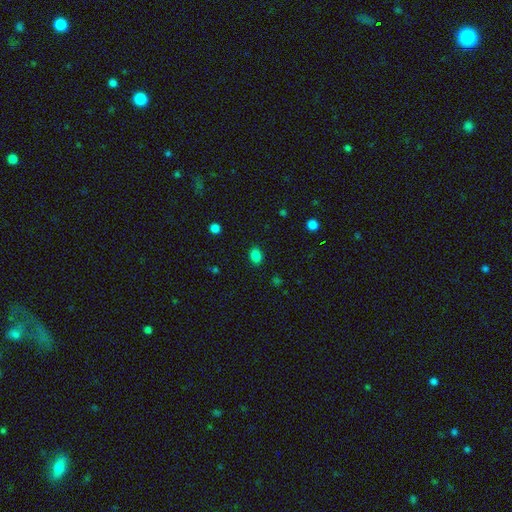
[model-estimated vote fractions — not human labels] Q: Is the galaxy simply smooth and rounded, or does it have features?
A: smooth — 84%.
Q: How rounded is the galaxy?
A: in between — 69%.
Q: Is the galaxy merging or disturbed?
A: none — 87%.